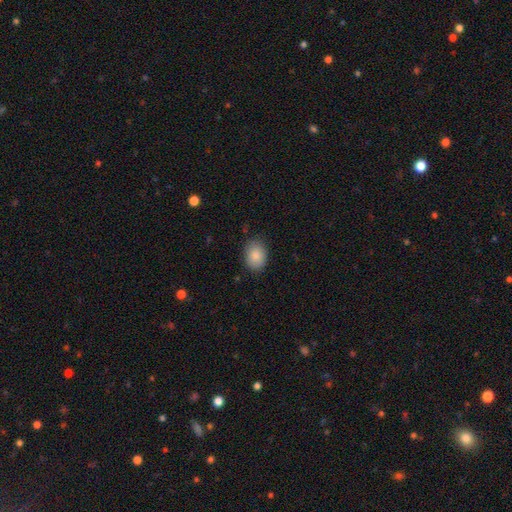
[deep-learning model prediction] Smooth or featured?
  - smooth: 87% *
  - star or artifact: 8%
  - featured or disk: 6%
How rounded?
  - in between: 72% *
  - round: 28%
  - cigar-shaped: 1%
Merging?
  - none: 83% *
  - minor disturbance: 13%
  - major disturbance: 3%
  - merger: 1%